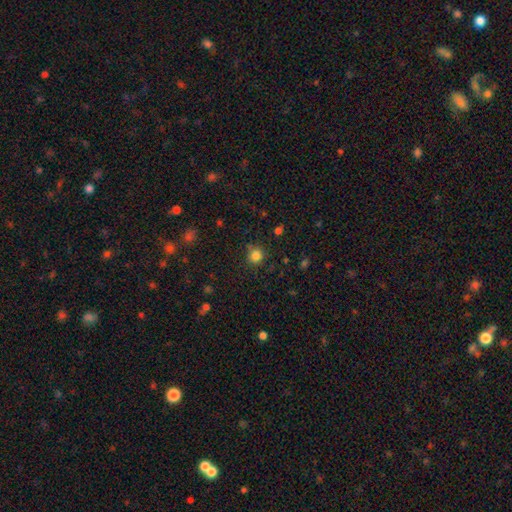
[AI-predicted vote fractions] Smooth or featured? Predicted: smooth (p=0.81). How rounded? Predicted: round (p=0.91). Merging? Predicted: none (p=0.83).